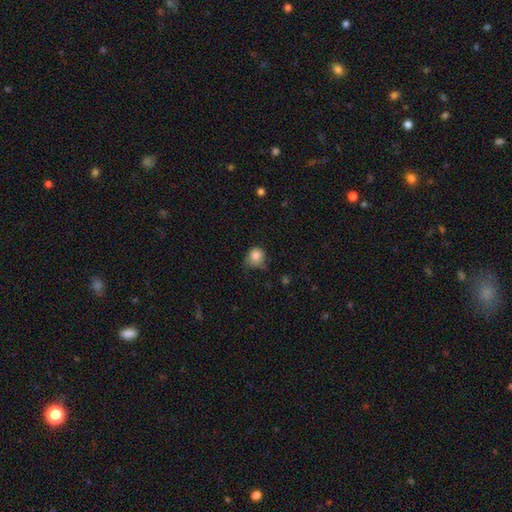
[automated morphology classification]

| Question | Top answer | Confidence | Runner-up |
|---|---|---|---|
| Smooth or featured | smooth | 83% | star or artifact (10%) |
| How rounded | round | 81% | in between (18%) |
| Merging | none | 51% | minor disturbance (35%) |